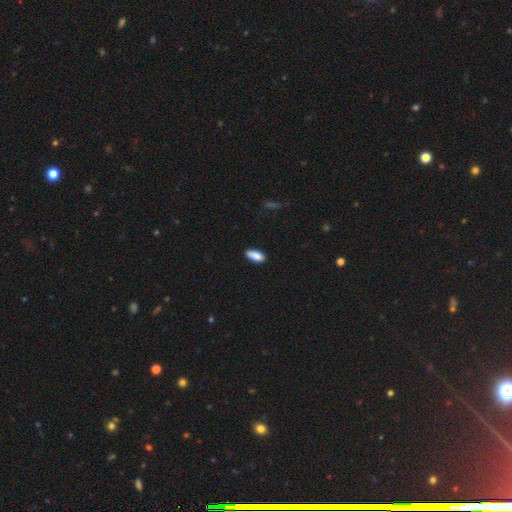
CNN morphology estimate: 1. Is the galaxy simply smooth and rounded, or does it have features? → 88% smooth, 7% star or artifact, 5% featured or disk.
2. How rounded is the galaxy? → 85% in between, 13% cigar-shaped, 2% round.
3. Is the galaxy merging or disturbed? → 82% none, 14% minor disturbance, 2% major disturbance, 2% merger.